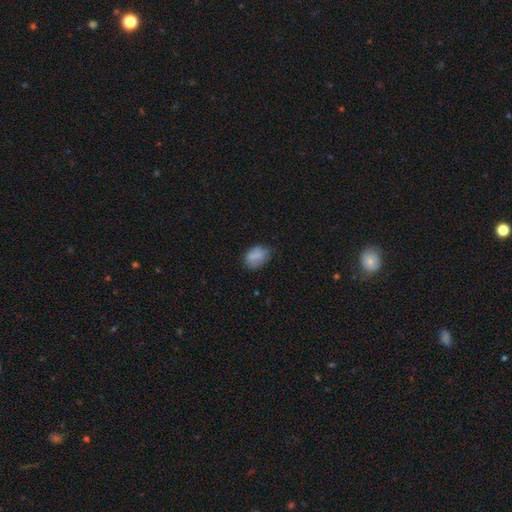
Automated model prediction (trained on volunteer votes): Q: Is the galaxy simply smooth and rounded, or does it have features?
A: smooth — 80%.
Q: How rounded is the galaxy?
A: in between — 76%.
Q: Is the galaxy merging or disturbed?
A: none — 62%.